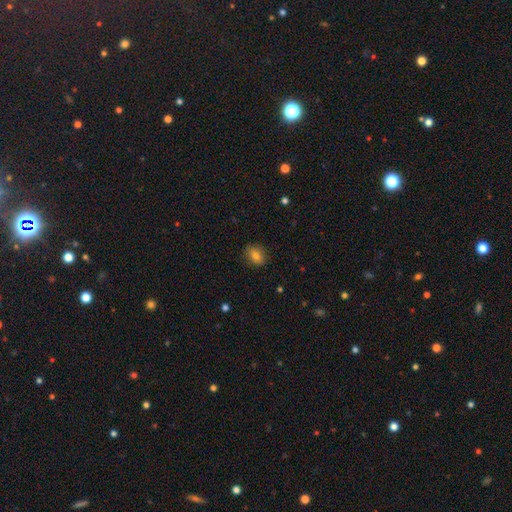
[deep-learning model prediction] smooth 76%, featured or disk 13%, star or artifact 11%. Down the decision tree: how rounded — round (49%, tied with in between); merging — none (85%).